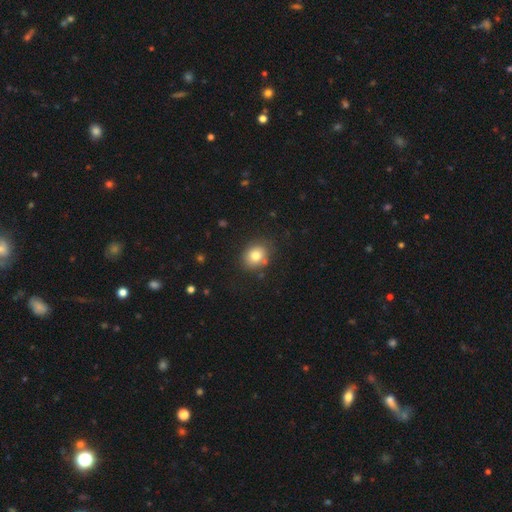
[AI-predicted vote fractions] A smooth galaxy with no disk features (79%) that is round (65%).

Vote fractions:
- Smooth or featured? smooth: 79% / featured or disk: 11% / star or artifact: 10%
- How rounded? round: 65% / in between: 34% / cigar-shaped: 1%
- Merging? none: 80% / minor disturbance: 14% / major disturbance: 4% / merger: 3%